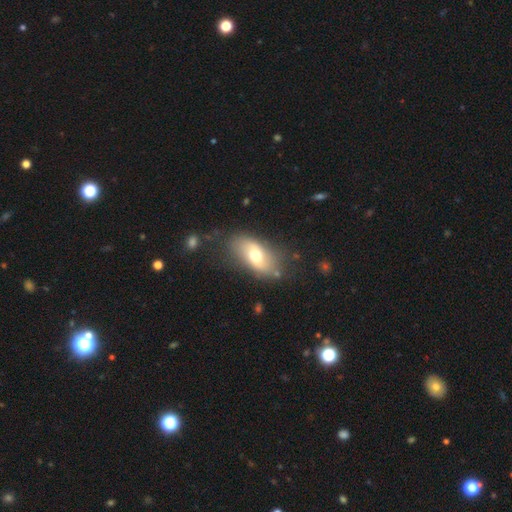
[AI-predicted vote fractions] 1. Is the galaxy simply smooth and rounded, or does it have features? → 54% smooth, 38% featured or disk, 7% star or artifact.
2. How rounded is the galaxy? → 87% in between, 7% round, 6% cigar-shaped.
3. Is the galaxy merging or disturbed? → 74% none, 17% minor disturbance, 6% major disturbance, 3% merger.